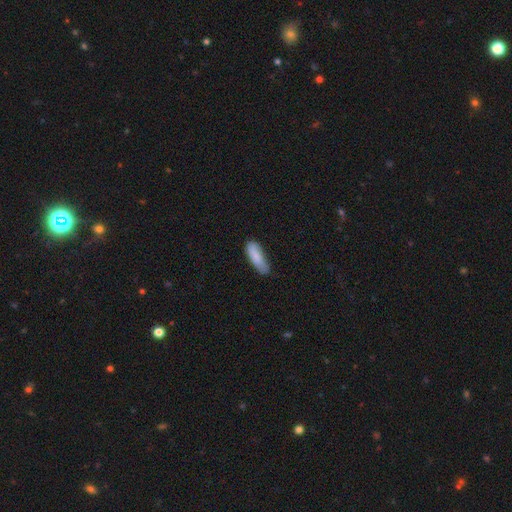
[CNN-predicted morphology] A smooth galaxy with no disk features (84%) that is in between round and cigar-shaped (55%). Merging: none (61%).